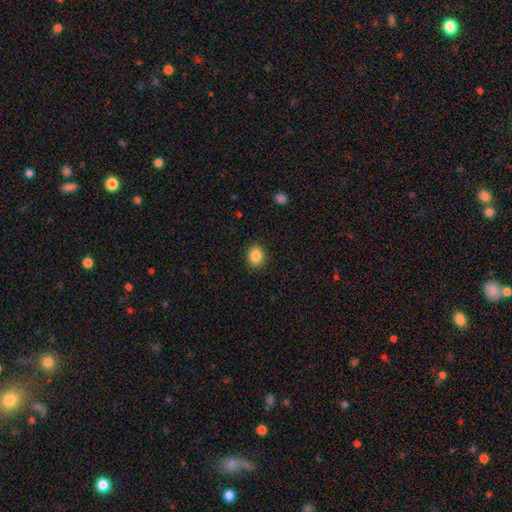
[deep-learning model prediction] A smooth galaxy with no disk features (86%) that is round (60%).

Vote fractions:
- Smooth or featured? smooth: 86% / star or artifact: 9% / featured or disk: 5%
- How rounded? round: 60% / in between: 39% / cigar-shaped: 1%
- Merging? none: 90% / minor disturbance: 7% / major disturbance: 2% / merger: 1%